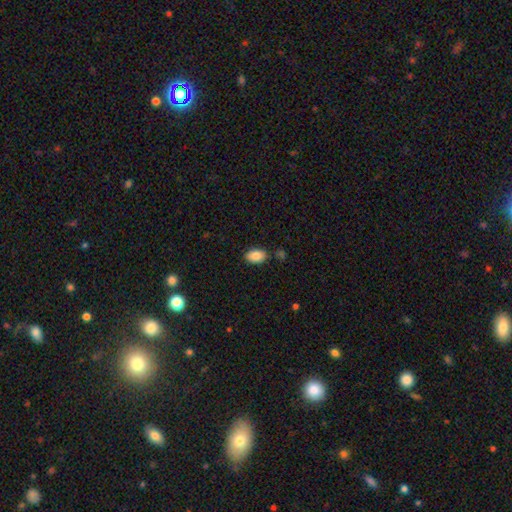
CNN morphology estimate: This appears to be a smooth galaxy with no disk features (87%) that is in between round and cigar-shaped (91%). Merging: none (83%).